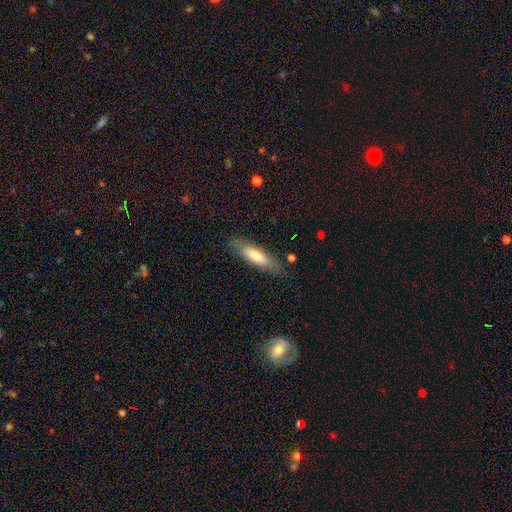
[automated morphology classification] Smooth or featured? smooth (68%)
How rounded? cigar-shaped (57%)
Merging? none (83%)